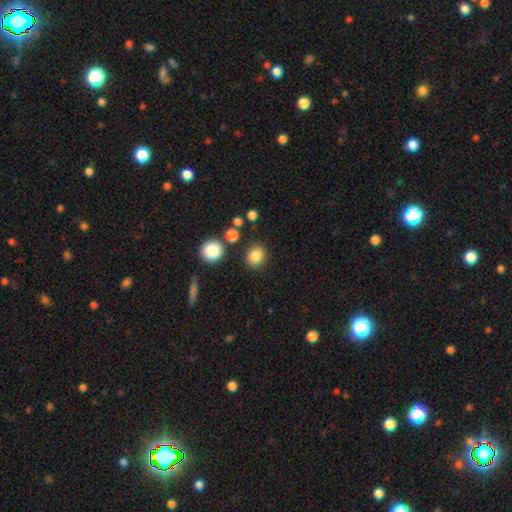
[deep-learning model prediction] Q: Smooth or featured?
A: smooth (85%); runner-up: star or artifact (11%)
Q: How rounded?
A: round (75%); runner-up: in between (24%)
Q: Merging?
A: none (84%); runner-up: minor disturbance (9%)